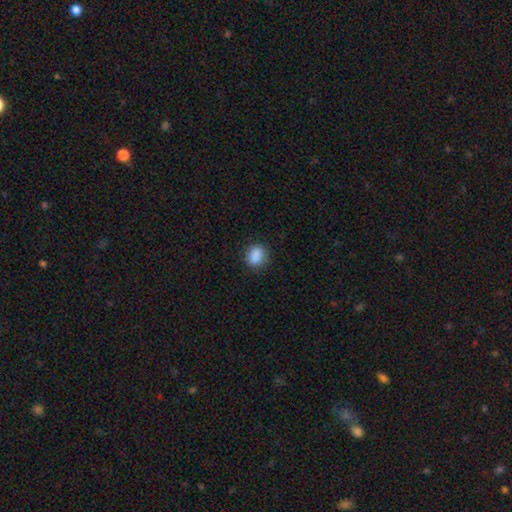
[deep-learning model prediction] A smooth galaxy with no disk features (87%) that is in between round and cigar-shaped (53%). Merging: none (83%).